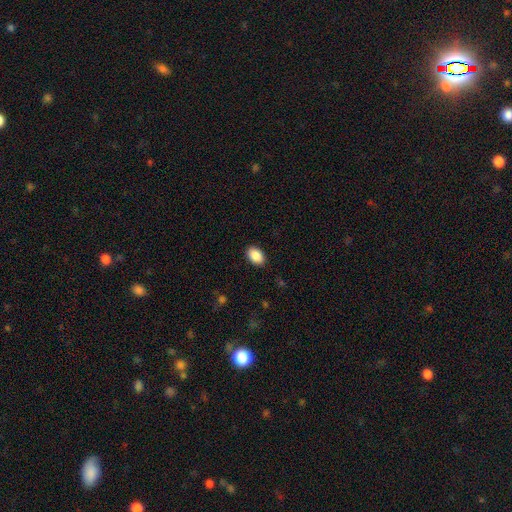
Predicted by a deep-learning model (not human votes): This appears to be a smooth galaxy with no disk features (90%) that is in between round and cigar-shaped (89%). Merging: none (88%).